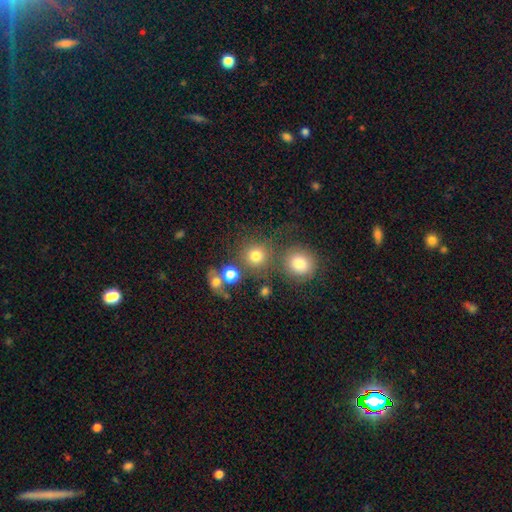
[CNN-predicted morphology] This appears to be a smooth galaxy with no disk features (77%) that is round (91%). Merging: none (70%).